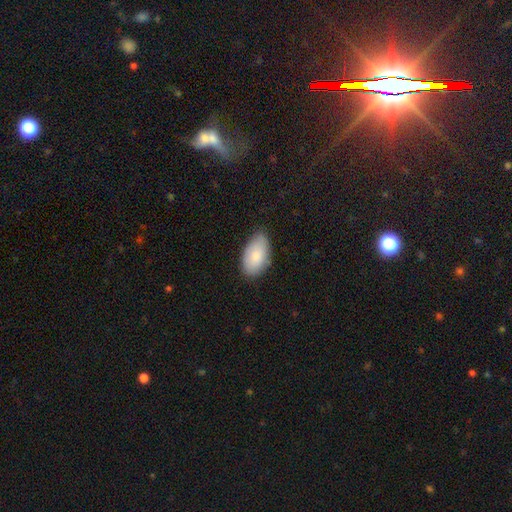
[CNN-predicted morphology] Overall: smooth (81%). How rounded: in between (94%). Merging: none (73%).